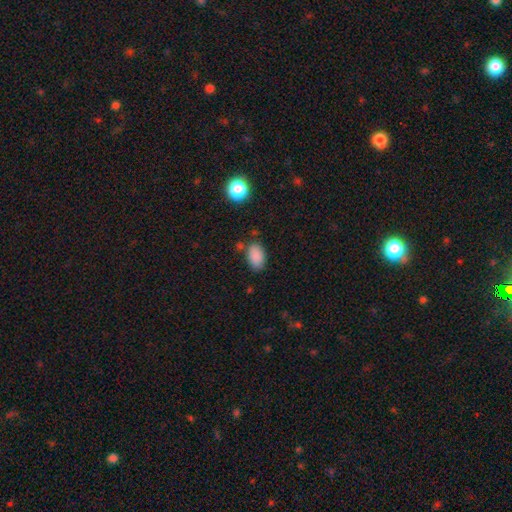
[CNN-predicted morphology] Smooth or featured? smooth (87%)
How rounded? in between (91%)
Merging? none (73%)